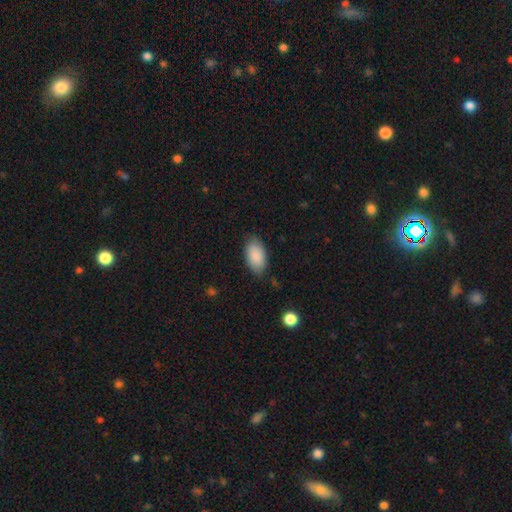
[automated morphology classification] smooth-or-featured: smooth: 90% | star or artifact: 6% | featured or disk: 4%
  how-rounded: in between: 95% | round: 3% | cigar-shaped: 2%
  merging: none: 82% | minor disturbance: 14% | major disturbance: 3% | merger: 1%